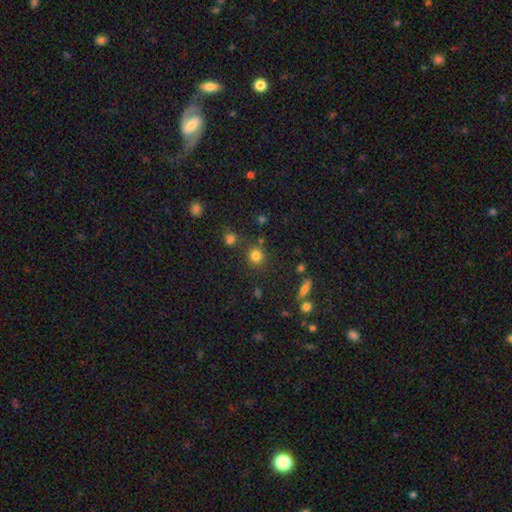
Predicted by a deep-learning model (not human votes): Q: Smooth or featured?
A: smooth (79%); runner-up: star or artifact (15%)
Q: How rounded?
A: round (90%); runner-up: in between (9%)
Q: Merging?
A: none (81%); runner-up: minor disturbance (8%)